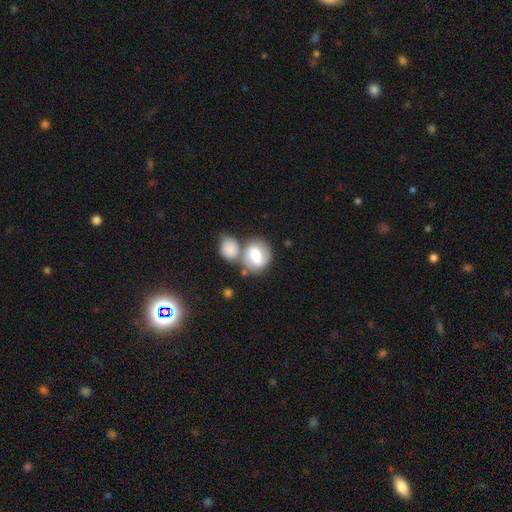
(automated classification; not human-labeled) Q: Smooth or featured?
A: smooth (54%); runner-up: featured or disk (39%)
Q: How rounded?
A: round (59%); runner-up: in between (39%)
Q: Merging?
A: merger (41%); runner-up: none (40%)